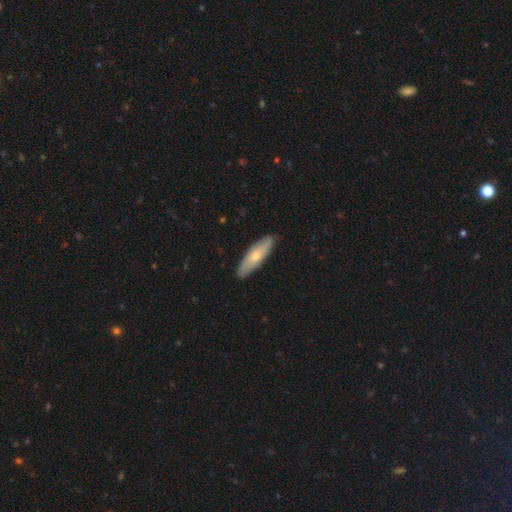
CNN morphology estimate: Smooth or featured? Predicted: smooth (p=0.61). How rounded? Predicted: cigar-shaped (p=0.59). Merging? Predicted: none (p=0.89).